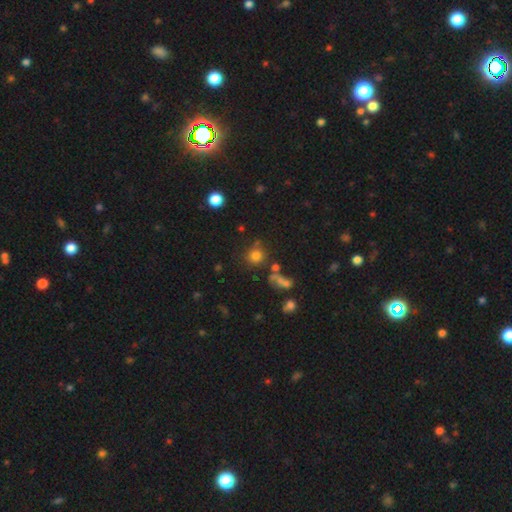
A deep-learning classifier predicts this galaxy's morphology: Smooth or featured?
  - smooth: 76% *
  - star or artifact: 16%
  - featured or disk: 8%
How rounded?
  - round: 87% *
  - in between: 11%
  - cigar-shaped: 2%
Merging?
  - none: 69% *
  - minor disturbance: 13%
  - merger: 12%
  - major disturbance: 7%